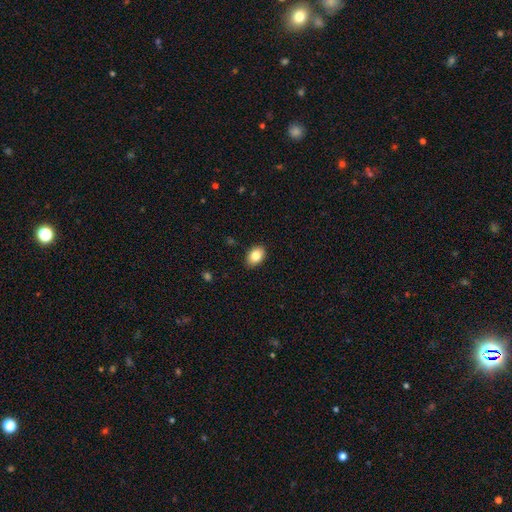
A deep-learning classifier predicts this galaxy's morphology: Smooth or featured? Predicted: smooth (p=0.84). How rounded? Predicted: in between (p=0.83). Merging? Predicted: none (p=0.88).